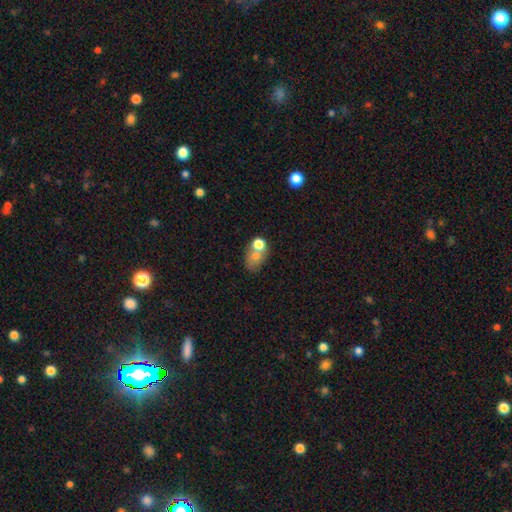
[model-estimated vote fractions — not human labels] smooth-or-featured: smooth: 65% | featured or disk: 22% | star or artifact: 13%
  how-rounded: in between: 62% | round: 36% | cigar-shaped: 1%
  merging: merger: 44% | none: 34% | minor disturbance: 13% | major disturbance: 9%